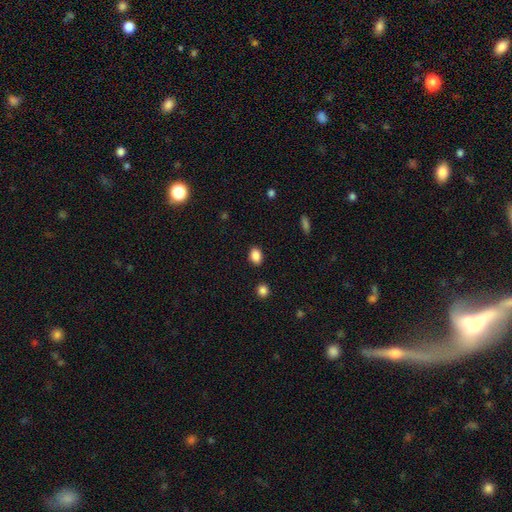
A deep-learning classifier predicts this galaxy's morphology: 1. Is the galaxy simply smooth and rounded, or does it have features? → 87% smooth, 9% star or artifact, 4% featured or disk.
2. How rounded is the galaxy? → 71% in between, 28% round, 1% cigar-shaped.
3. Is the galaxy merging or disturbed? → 87% none, 9% minor disturbance, 2% major disturbance, 2% merger.